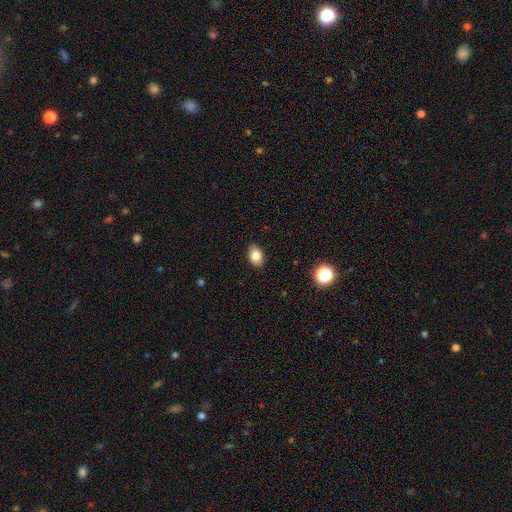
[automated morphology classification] This appears to be a smooth galaxy with no disk features (83%) that is in between round and cigar-shaped (81%). Merging: none (87%).